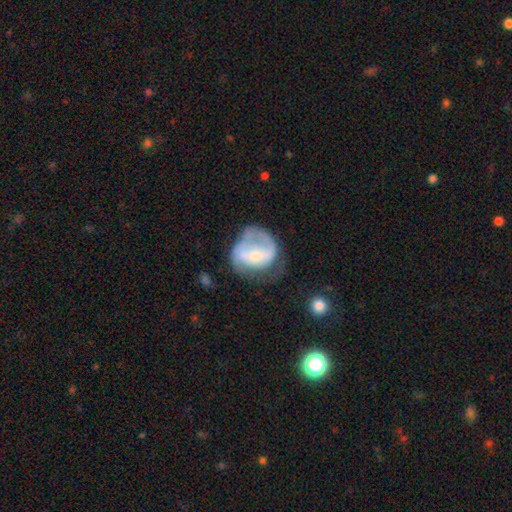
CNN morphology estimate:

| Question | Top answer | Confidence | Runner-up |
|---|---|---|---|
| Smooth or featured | featured or disk | 59% | smooth (34%) |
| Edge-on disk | no | 97% | yes (3%) |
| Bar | no | 56% | weak (32%) |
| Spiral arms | yes | 65% | no (35%) |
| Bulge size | small | 53% | moderate (34%) |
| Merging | none | 36% | major disturbance (34%) |